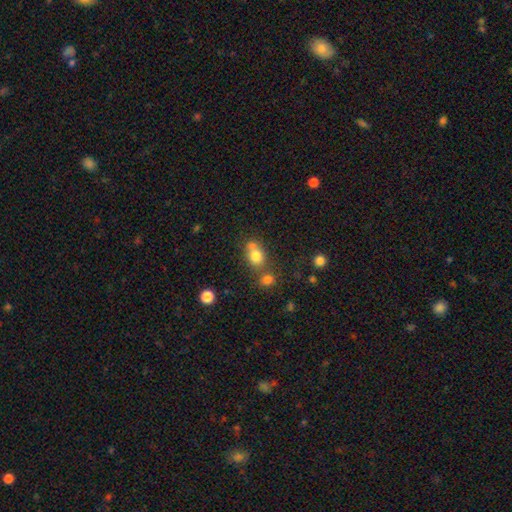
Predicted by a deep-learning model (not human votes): Smooth or featured? smooth (76%)
How rounded? round (63%)
Merging? none (45%)